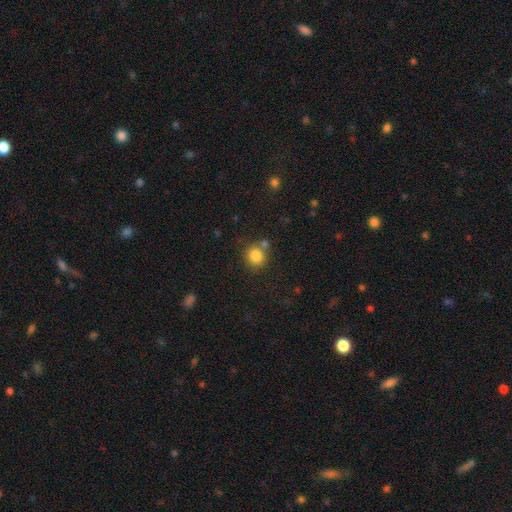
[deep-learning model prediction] smooth_or_featured: smooth (p=0.83) [alt: star or artifact p=0.11]
how_rounded: round (p=0.87) [alt: in between p=0.13]
merging: none (p=0.70) [alt: merger p=0.17]